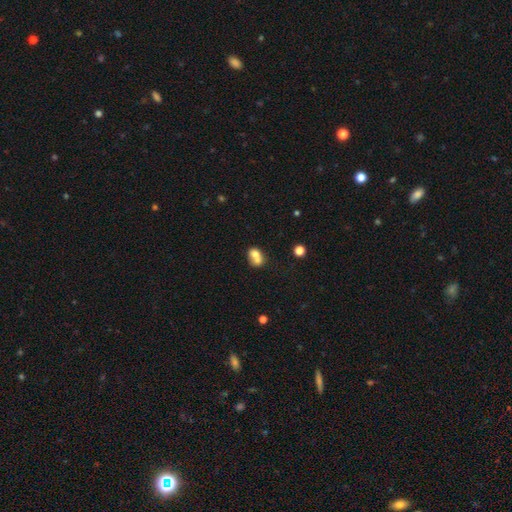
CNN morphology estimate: Smooth or featured?
  - smooth: 70% *
  - featured or disk: 20%
  - star or artifact: 10%
How rounded?
  - in between: 50% *
  - round: 49%
  - cigar-shaped: 1%
Merging?
  - merger: 66% *
  - none: 22%
  - minor disturbance: 8%
  - major disturbance: 4%